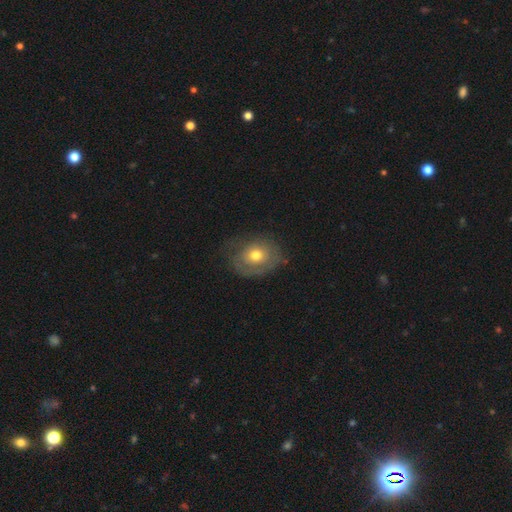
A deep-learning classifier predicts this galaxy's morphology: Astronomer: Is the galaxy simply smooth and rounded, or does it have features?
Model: smooth — 55% (runner-up: featured or disk, 37%).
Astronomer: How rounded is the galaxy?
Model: in between — 51% (runner-up: round, 48%).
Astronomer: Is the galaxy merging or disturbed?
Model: none — 60%.